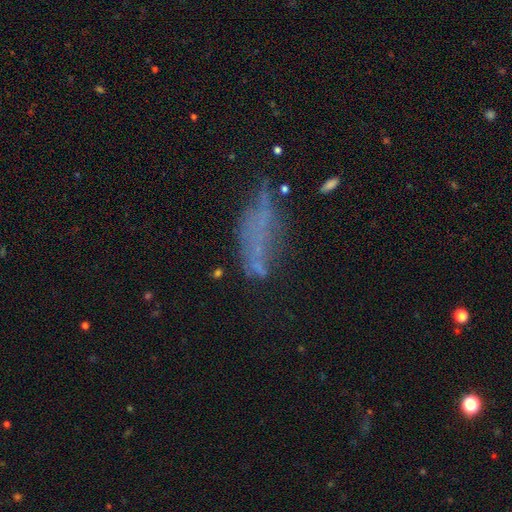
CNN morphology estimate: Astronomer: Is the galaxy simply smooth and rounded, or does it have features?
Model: featured or disk — 43% (runner-up: smooth, 35%).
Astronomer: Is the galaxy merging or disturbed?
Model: none — 38% (runner-up: major disturbance, 28%).